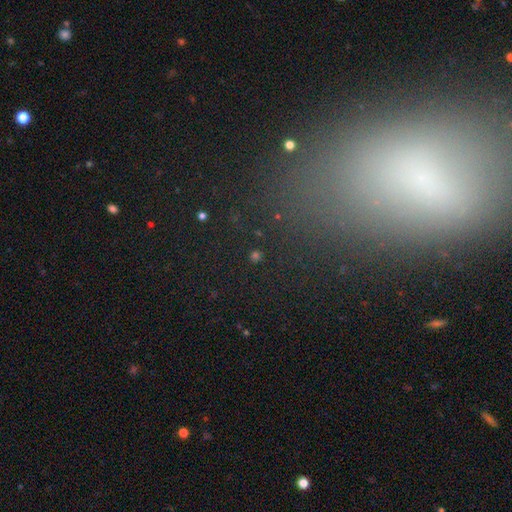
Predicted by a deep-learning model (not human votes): A star or artifact, not a galaxy (52%).